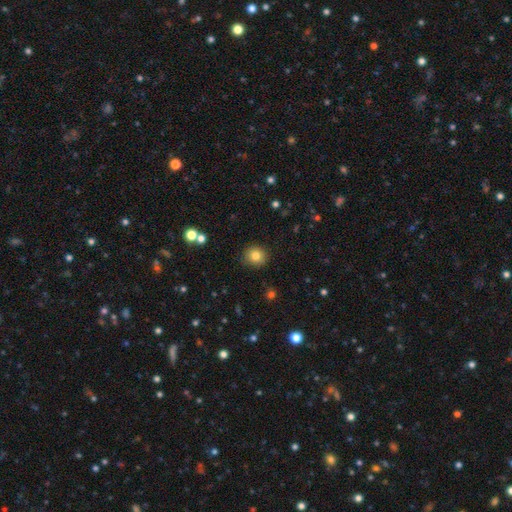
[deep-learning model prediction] Smooth or featured? smooth (82%)
How rounded? round (88%)
Merging? none (89%)